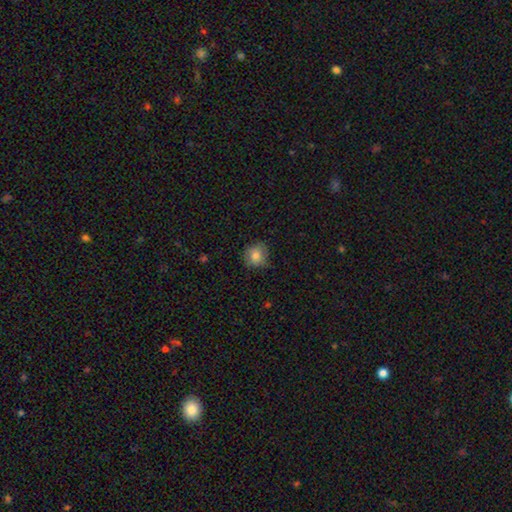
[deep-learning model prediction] The model was most divided on "merging": none: 72%, minor disturbance: 22%, major disturbance: 5%, merger: 1%. More confident: how rounded — round (83%); smooth or featured — smooth (79%).